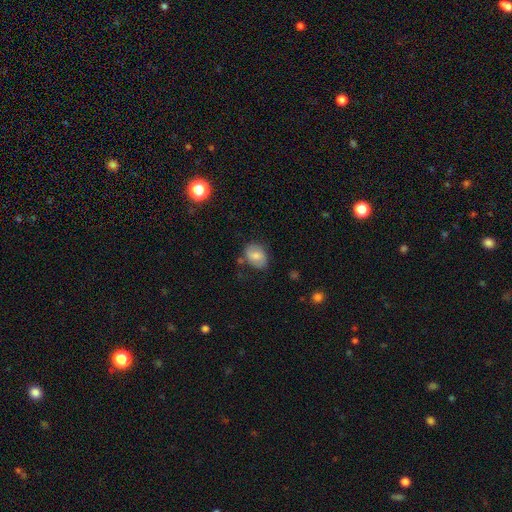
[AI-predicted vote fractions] The model was most divided on "how rounded": in between: 64%, round: 35%, cigar-shaped: 1%. More confident: smooth or featured — smooth (74%); merging — none (72%).